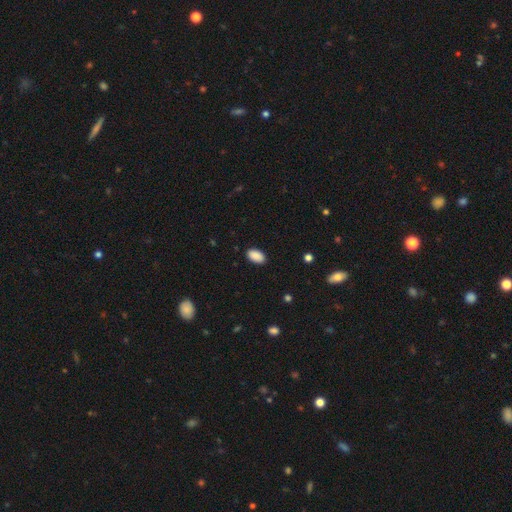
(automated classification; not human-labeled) smooth-or-featured: smooth: 90% | star or artifact: 7% | featured or disk: 3%
  how-rounded: in between: 94% | round: 4% | cigar-shaped: 1%
  merging: none: 89% | minor disturbance: 8% | major disturbance: 2% | merger: 1%